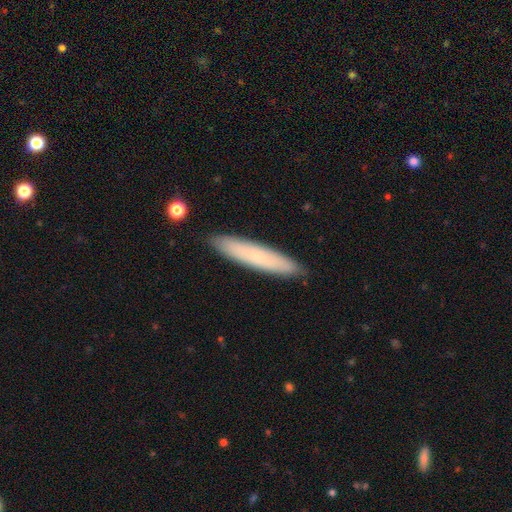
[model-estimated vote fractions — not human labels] Morphology: type=smooth (63%); roundness=cigar-shaped (88%); merging=none (89%).